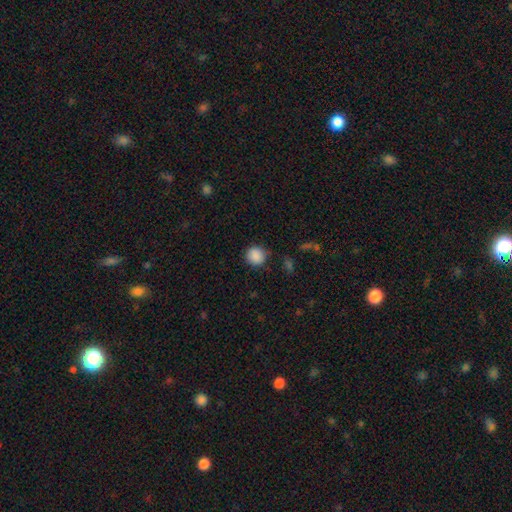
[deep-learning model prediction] This is clearly a smooth galaxy (88%). How rounded: clearly round (91%). Merging: clearly none (84%).